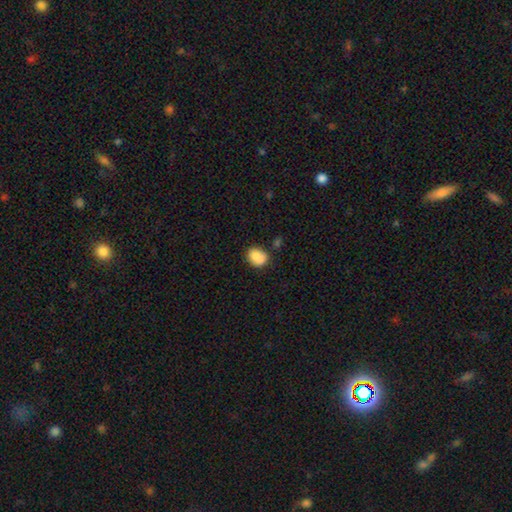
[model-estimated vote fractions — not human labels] smooth 80%, featured or disk 11%, star or artifact 9%. Down the decision tree: how rounded — in between (50%); merging — none (52%).